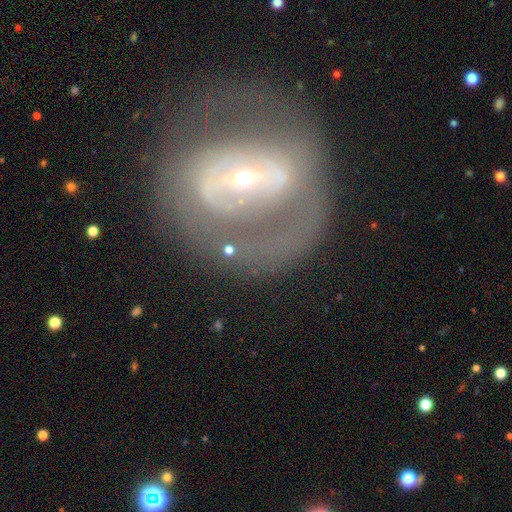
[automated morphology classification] Q: Smooth or featured?
A: featured or disk (70%); runner-up: smooth (21%)
Q: Edge-on disk?
A: no (94%); runner-up: yes (6%)
Q: Bar?
A: strong (36%); runner-up: no (35%)
Q: Spiral arms?
A: no (60%); runner-up: yes (40%)
Q: Bulge size?
A: small (72%); runner-up: moderate (22%)
Q: Merging?
A: none (59%); runner-up: major disturbance (20%)